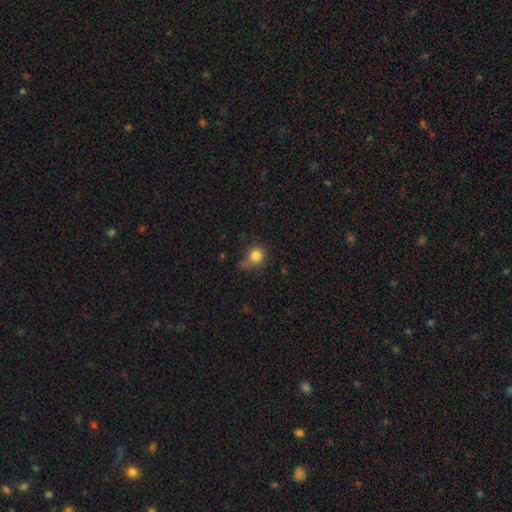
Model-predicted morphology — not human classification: Smooth or featured? smooth (82%)
How rounded? round (76%)
Merging? none (49%)